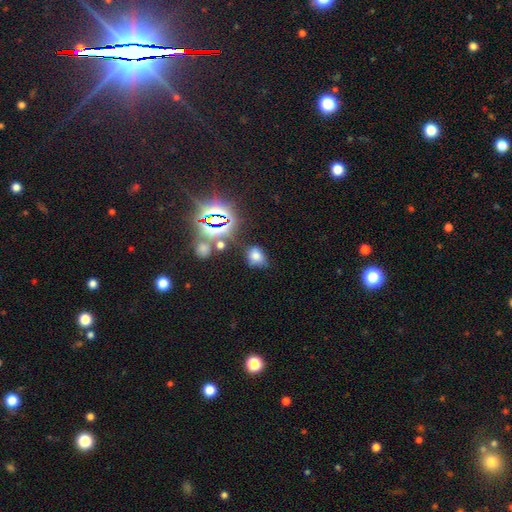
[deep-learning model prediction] smooth 62%, star or artifact 28%, featured or disk 10%. Down the decision tree: how rounded — in between (68%); merging — none (61%).